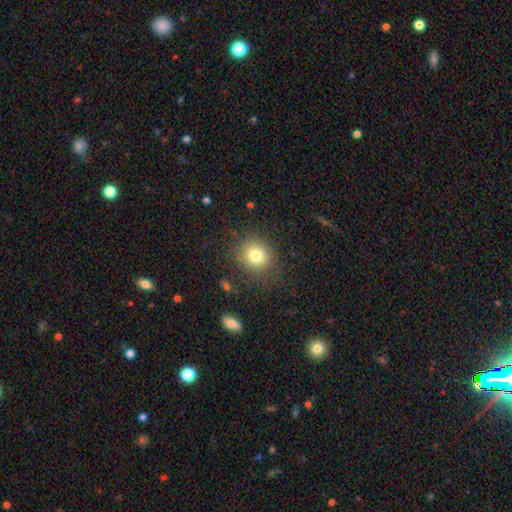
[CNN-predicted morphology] Smooth or featured?
  - smooth: 79% *
  - star or artifact: 12%
  - featured or disk: 9%
How rounded?
  - round: 80% *
  - in between: 19%
  - cigar-shaped: 1%
Merging?
  - none: 82% *
  - minor disturbance: 11%
  - major disturbance: 5%
  - merger: 2%